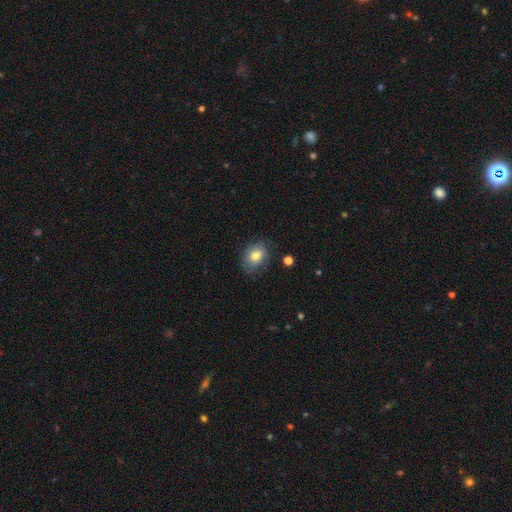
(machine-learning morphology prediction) Smooth or featured?
  - smooth: 75% *
  - featured or disk: 16%
  - star or artifact: 8%
How rounded?
  - in between: 64% *
  - round: 35%
  - cigar-shaped: 1%
Merging?
  - none: 75% *
  - minor disturbance: 19%
  - major disturbance: 5%
  - merger: 2%